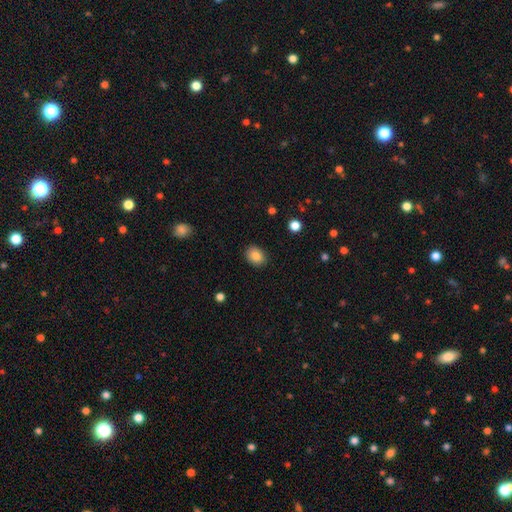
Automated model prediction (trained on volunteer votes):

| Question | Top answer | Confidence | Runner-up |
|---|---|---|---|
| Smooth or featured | smooth | 86% | star or artifact (9%) |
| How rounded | in between | 60% | round (39%) |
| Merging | none | 86% | minor disturbance (11%) |